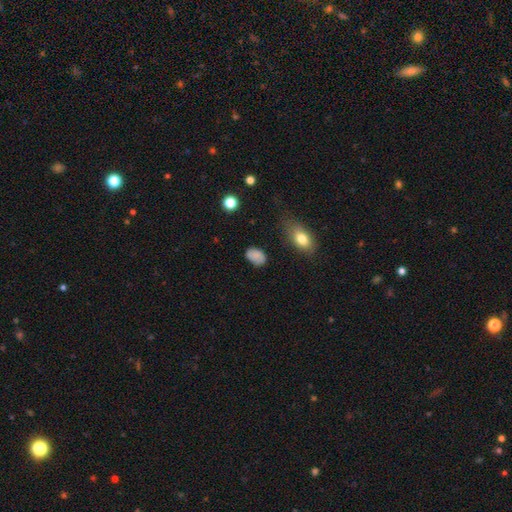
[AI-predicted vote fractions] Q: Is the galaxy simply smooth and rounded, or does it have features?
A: smooth — 84%.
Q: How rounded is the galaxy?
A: in between — 85%.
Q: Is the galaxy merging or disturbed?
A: none — 72%.